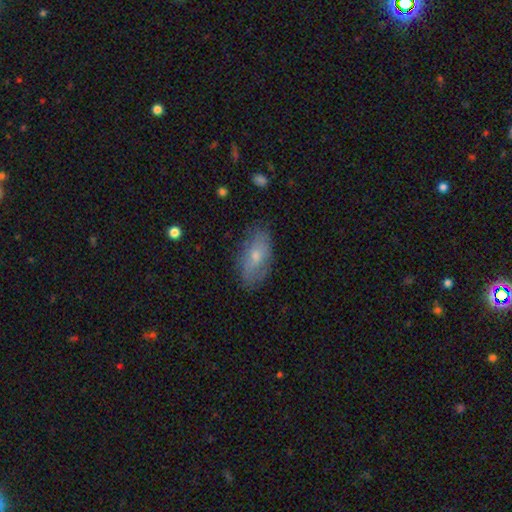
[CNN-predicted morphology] Q: Smooth or featured?
A: smooth (58%); runner-up: featured or disk (34%)
Q: How rounded?
A: in between (88%); runner-up: cigar-shaped (8%)
Q: Merging?
A: none (78%); runner-up: minor disturbance (17%)